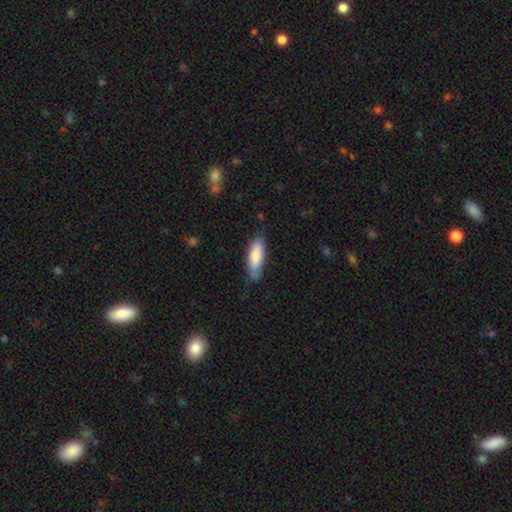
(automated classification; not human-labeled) A smooth galaxy with no disk features (81%) that is in between round and cigar-shaped (57%). Merging: none (70%).